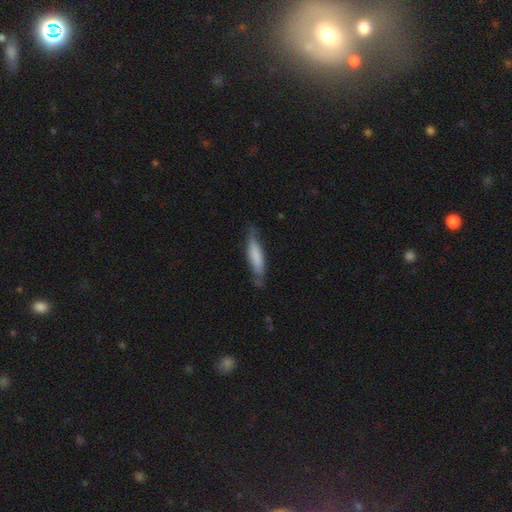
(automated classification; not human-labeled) Smooth or featured?
  - smooth: 72% *
  - featured or disk: 22%
  - star or artifact: 6%
How rounded?
  - cigar-shaped: 71% *
  - in between: 28%
  - round: 1%
Merging?
  - none: 68% *
  - minor disturbance: 24%
  - major disturbance: 6%
  - merger: 2%